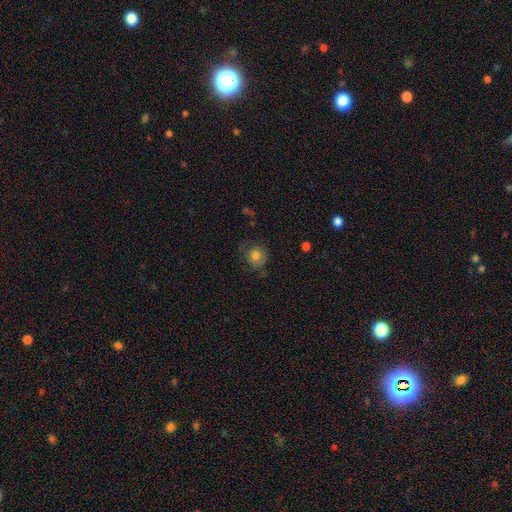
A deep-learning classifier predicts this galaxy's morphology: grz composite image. It shows a smooth galaxy with no disk features (75%) that is round (78%). Merging: none (63%).